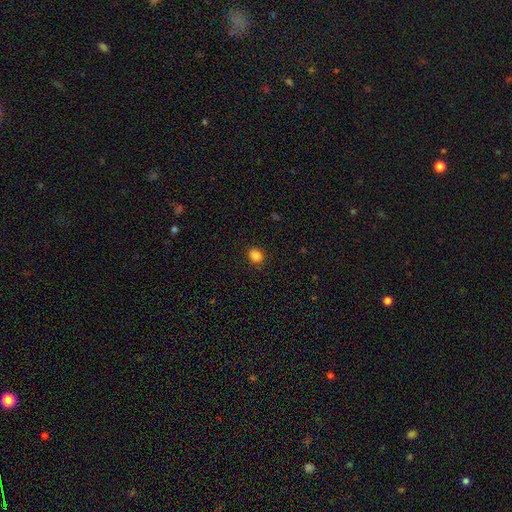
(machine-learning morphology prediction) Smooth or featured?
  - smooth: 84% *
  - star or artifact: 11%
  - featured or disk: 5%
How rounded?
  - round: 50% *
  - in between: 49%
  - cigar-shaped: 1%
Merging?
  - none: 84% *
  - minor disturbance: 12%
  - major disturbance: 2%
  - merger: 2%